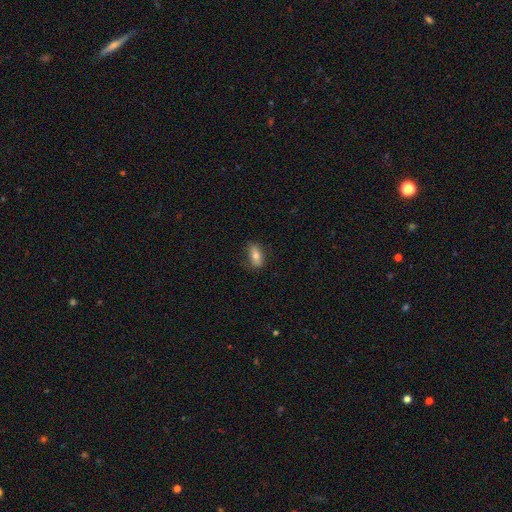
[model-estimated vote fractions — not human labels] Smooth or featured? smooth (74%)
How rounded? in between (82%)
Merging? none (79%)